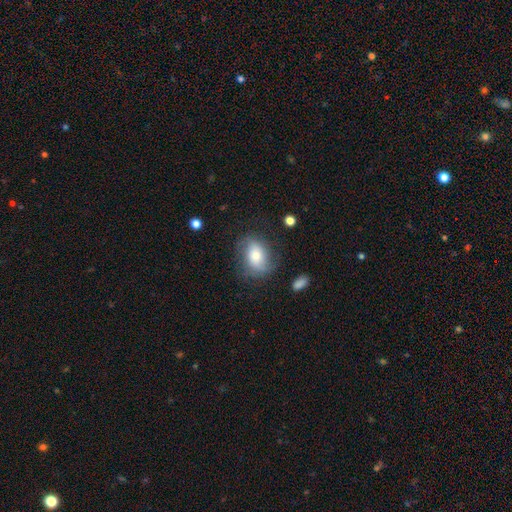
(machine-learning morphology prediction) This is likely a smooth galaxy (61%). How rounded: likely in between (72%). Merging: likely none (67%).